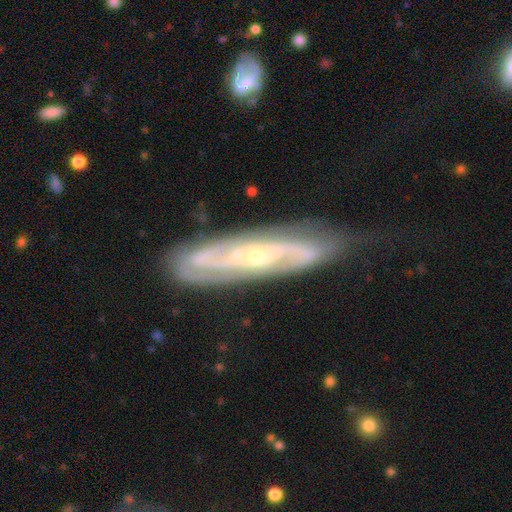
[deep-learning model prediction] Overall: featured or disk (86%). Edge-on disk: no (79%). Bar: no (53%; weak 31%). Spiral arms: yes (95%). Spiral arm count: 2 (52%; can't tell 25%). Spiral winding: tight (53%; medium 36%). Bulge size: small (66%; moderate 31%). Merging: none (71%).